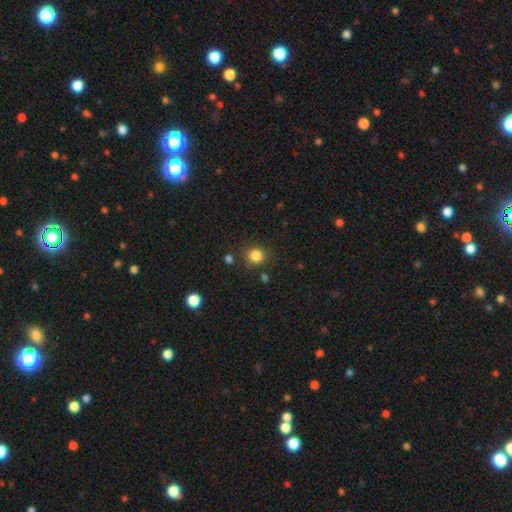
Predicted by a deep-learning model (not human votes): smooth-or-featured: smooth: 84% | star or artifact: 12% | featured or disk: 4%
  how-rounded: round: 88% | in between: 11% | cigar-shaped: 1%
  merging: none: 84% | minor disturbance: 9% | merger: 4% | major disturbance: 3%